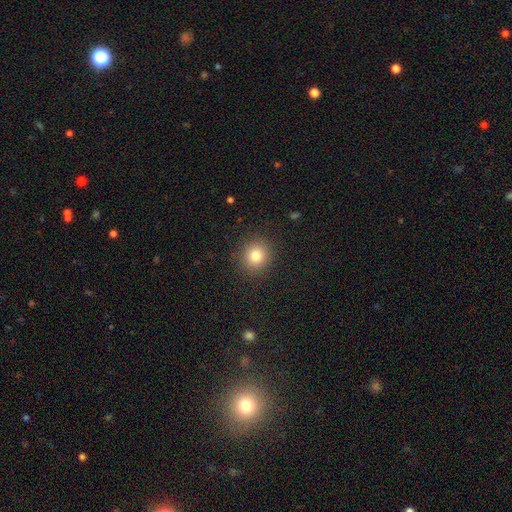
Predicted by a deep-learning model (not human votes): Smooth or featured?
  - smooth: 81% *
  - star or artifact: 12%
  - featured or disk: 7%
How rounded?
  - round: 87% *
  - in between: 12%
  - cigar-shaped: 1%
Merging?
  - none: 90% *
  - minor disturbance: 6%
  - major disturbance: 3%
  - merger: 1%